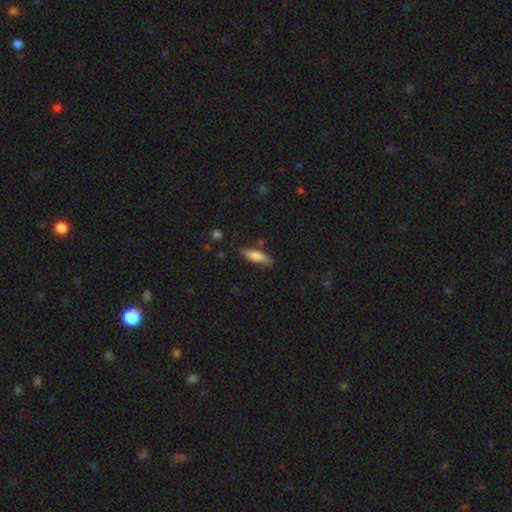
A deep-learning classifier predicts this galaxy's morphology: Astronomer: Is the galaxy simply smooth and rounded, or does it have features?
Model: smooth — 82%.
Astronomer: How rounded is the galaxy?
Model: in between — 55% (runner-up: cigar-shaped, 44%).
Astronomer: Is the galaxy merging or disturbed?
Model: none — 75%.